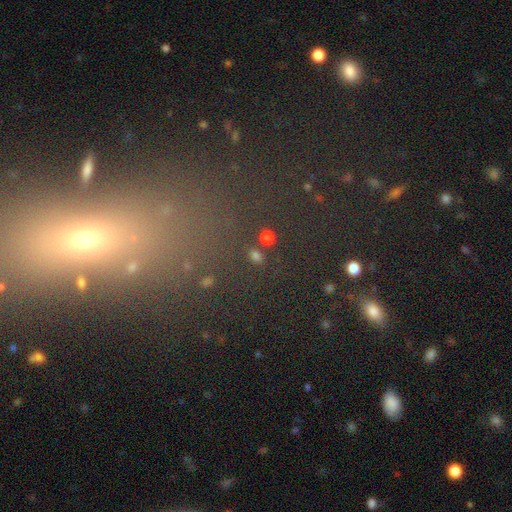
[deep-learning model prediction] This is likely a smooth galaxy (68%). How rounded: possibly round (49%). Merging: clearly none (80%).